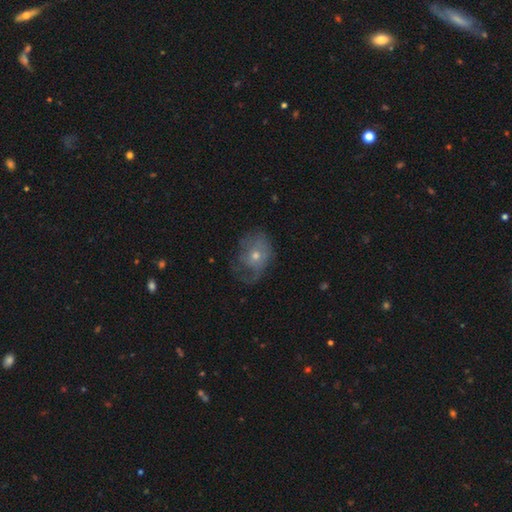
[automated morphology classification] A featured or disk galaxy (50%). Merging: none (48%).